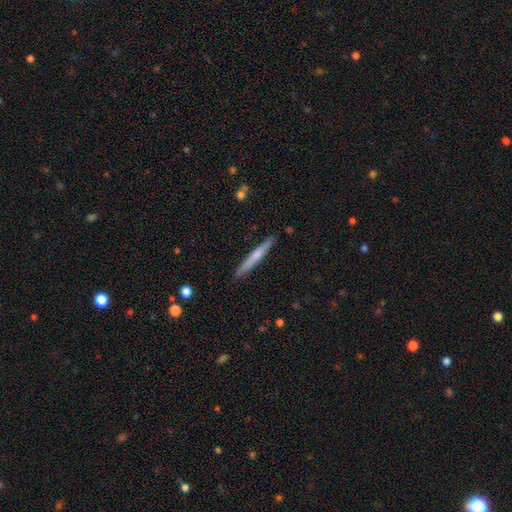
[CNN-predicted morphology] This appears to be a smooth galaxy with no disk features (48%). Merging: none (90%).